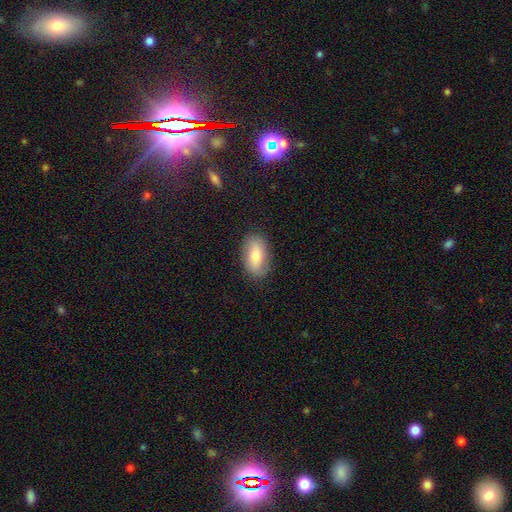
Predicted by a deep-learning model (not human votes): Morphology: type=smooth (69%); roundness=in between (89%); merging=none (85%).